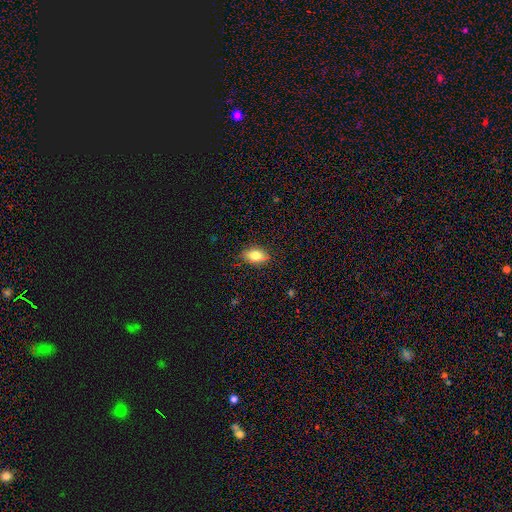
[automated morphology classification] This is likely a smooth galaxy (77%). How rounded: clearly in between (85%). Merging: clearly none (82%).